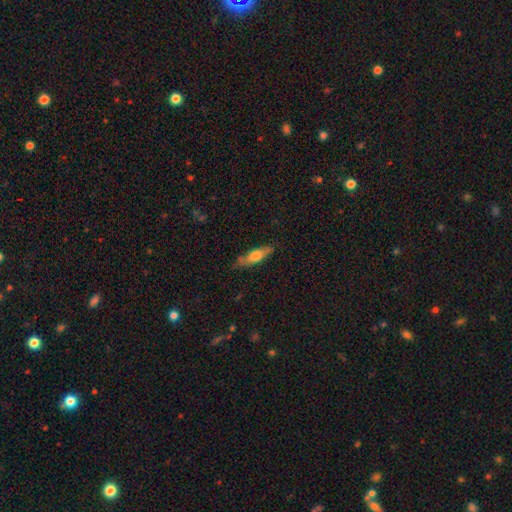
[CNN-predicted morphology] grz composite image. It shows a smooth galaxy with no disk features (59%) that is cigar-shaped (60%). Merging: none (77%).